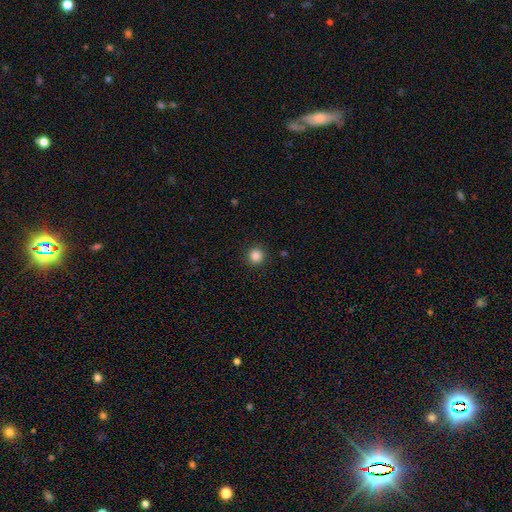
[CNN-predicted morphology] type=smooth (85%); roundness=round (95%); merging=none (92%).